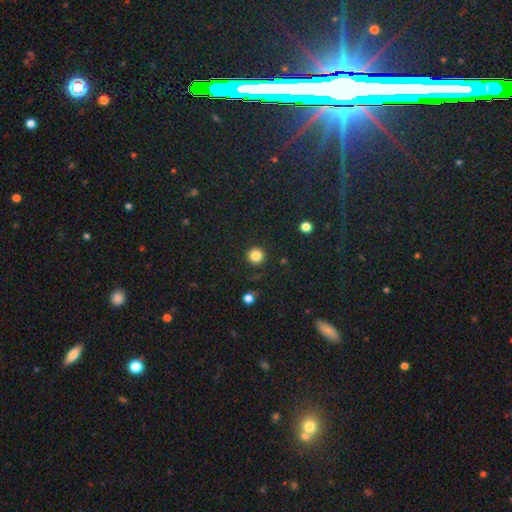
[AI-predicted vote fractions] This is clearly a smooth galaxy (84%). How rounded: clearly round (95%). Merging: clearly none (91%).